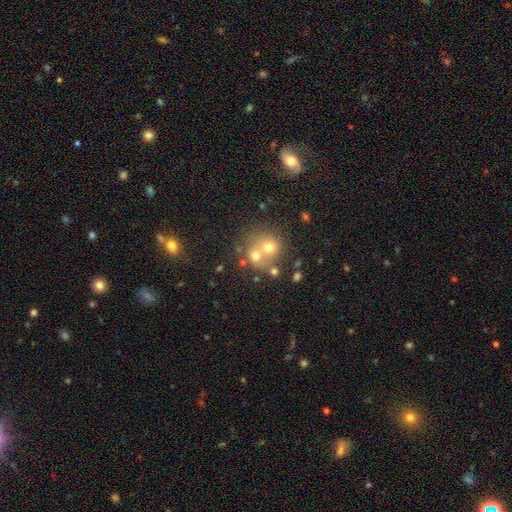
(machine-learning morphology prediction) Overall: smooth (62%). How rounded: round (80%). Merging: merger (54%; none 35%).